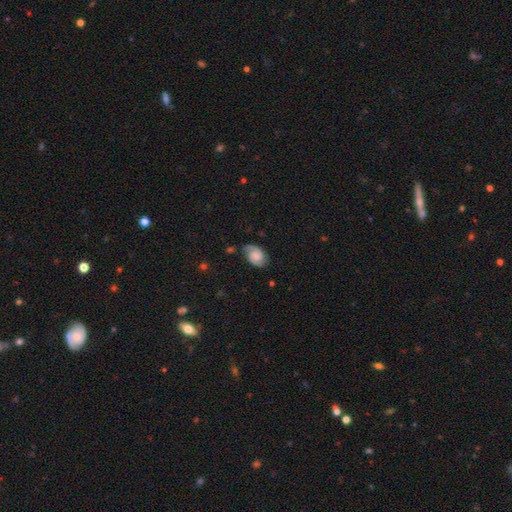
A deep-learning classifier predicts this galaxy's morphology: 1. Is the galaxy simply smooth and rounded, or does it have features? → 63% featured or disk, 29% smooth, 8% star or artifact.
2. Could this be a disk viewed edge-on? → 97% no, 3% yes.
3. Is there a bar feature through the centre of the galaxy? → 59% no, 34% weak, 7% strong.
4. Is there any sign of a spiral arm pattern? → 94% yes, 6% no.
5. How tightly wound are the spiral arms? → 44% medium, 39% tight, 17% loose.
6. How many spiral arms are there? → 86% 2, 6% can't tell, 5% 1, 1% 3, 1% 4, 1% more than 4.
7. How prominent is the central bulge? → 31% small, 30% none, 25% moderate, 11% large, 3% dominant.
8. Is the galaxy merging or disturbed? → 70% none, 20% minor disturbance, 7% major disturbance, 3% merger.